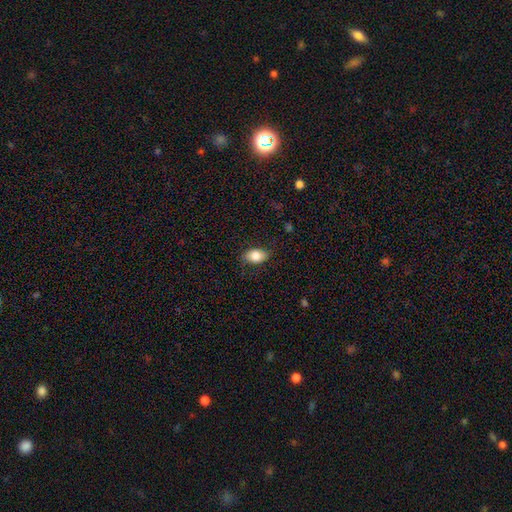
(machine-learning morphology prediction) smooth 82%, featured or disk 10%, star or artifact 7%. Down the decision tree: how rounded — in between (88%); merging — none (83%).